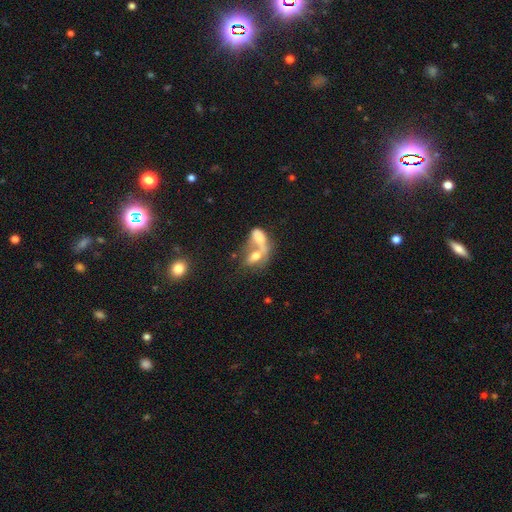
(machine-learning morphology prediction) Smooth or featured: smooth — 60% (featured or disk — 30%)
How rounded: in between — 81% (round — 11%)
Merging: merger — 76% (none — 12%)